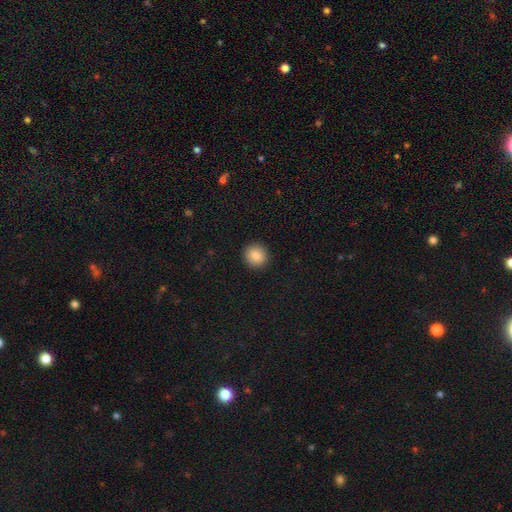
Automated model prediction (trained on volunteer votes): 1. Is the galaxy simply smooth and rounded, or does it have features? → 85% smooth, 9% star or artifact, 6% featured or disk.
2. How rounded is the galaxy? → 91% round, 8% in between, 1% cigar-shaped.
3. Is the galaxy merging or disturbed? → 92% none, 5% minor disturbance, 2% major disturbance, 1% merger.